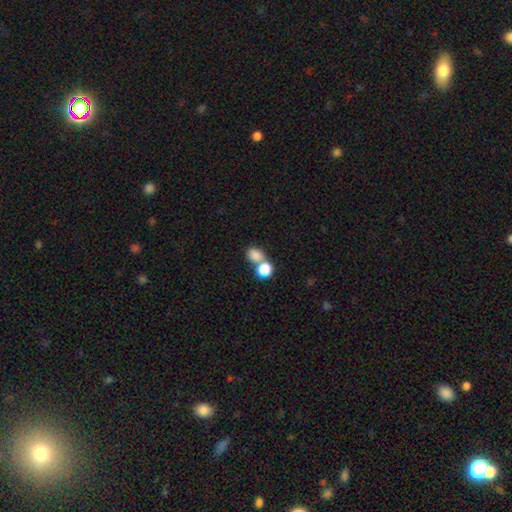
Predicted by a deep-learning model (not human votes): The model was most divided on "how rounded": round: 52%, in between: 46%, cigar-shaped: 1%. Remaining: smooth or featured — smooth (81%); merging — merger (49%).